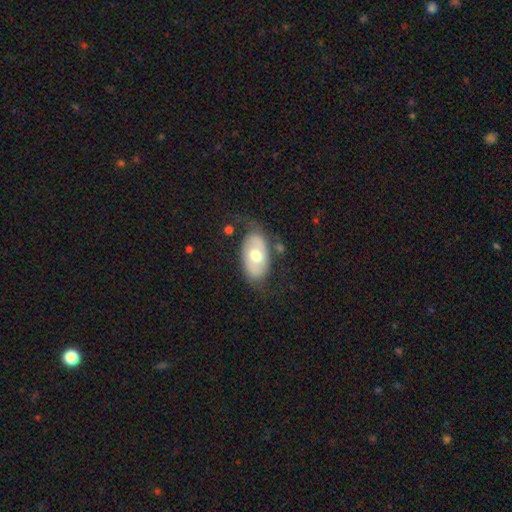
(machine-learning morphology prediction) This is possibly a smooth galaxy (49%). Merging: likely none (67%).